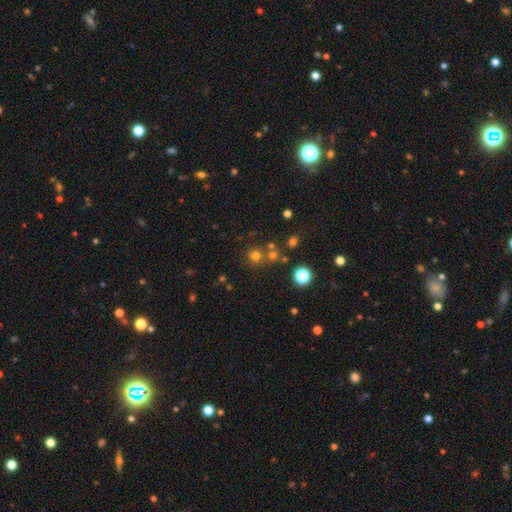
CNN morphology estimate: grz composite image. It shows a smooth galaxy with no disk features (66%) that is round (91%). Merging: none (68%).